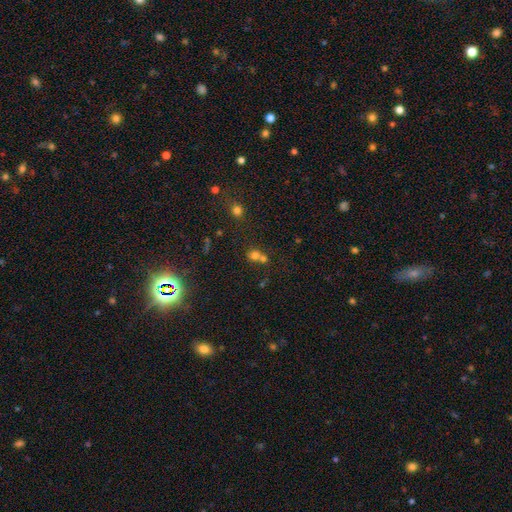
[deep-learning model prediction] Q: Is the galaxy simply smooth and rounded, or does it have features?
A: smooth — 70%.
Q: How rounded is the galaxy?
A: round — 77%.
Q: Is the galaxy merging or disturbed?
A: merger — 50%.